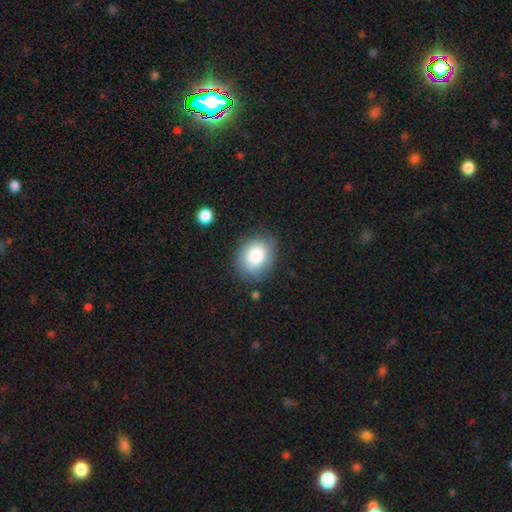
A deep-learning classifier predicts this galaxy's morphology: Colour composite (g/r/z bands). It shows a smooth galaxy with no disk features (79%) that is round (50%). Merging: none (75%).